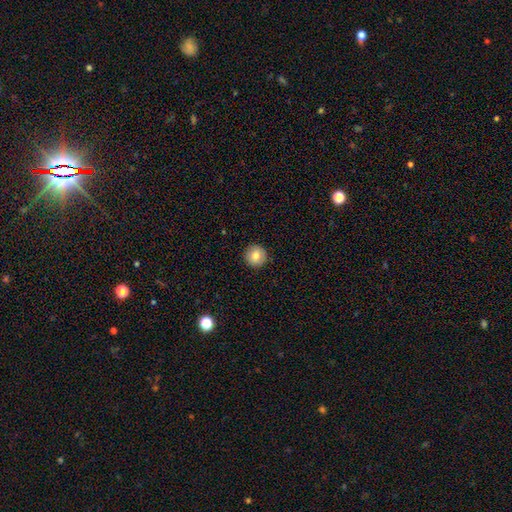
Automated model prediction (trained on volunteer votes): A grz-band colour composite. It shows a smooth galaxy with no disk features (81%) that is round (96%). Merging: none (92%).